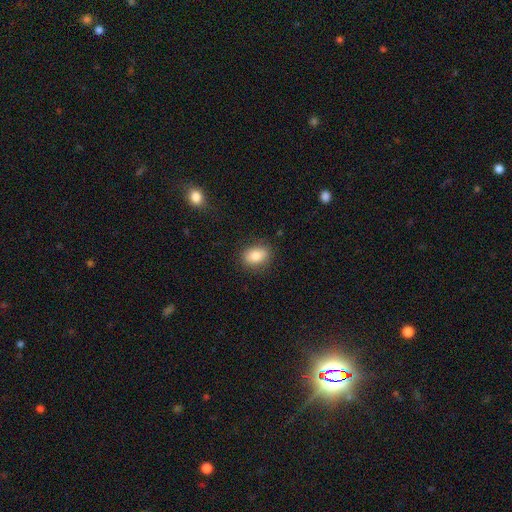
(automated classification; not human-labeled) smooth-or-featured: smooth: 83% | featured or disk: 9% | star or artifact: 8%
  how-rounded: in between: 73% | round: 25% | cigar-shaped: 2%
  merging: none: 85% | minor disturbance: 11% | major disturbance: 3% | merger: 1%